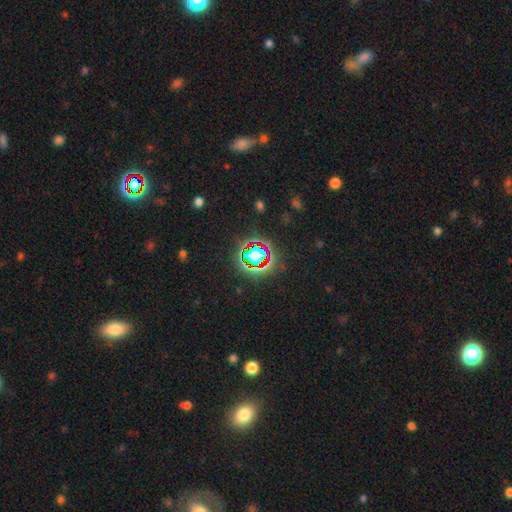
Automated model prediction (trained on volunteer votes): Morphology: type=star or artifact (67%).